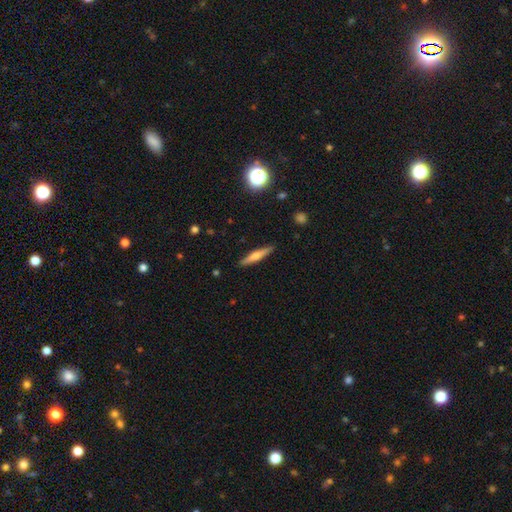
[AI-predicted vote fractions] Smooth or featured: smooth — 49% (featured or disk — 44%)
Merging: none — 90% (minor disturbance — 7%)